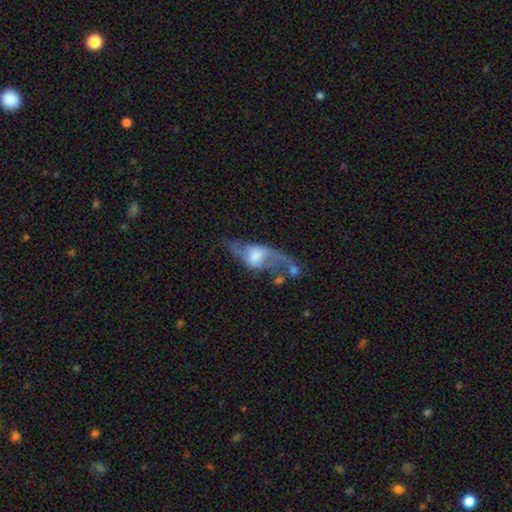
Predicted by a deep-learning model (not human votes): smooth-or-featured: featured or disk: 62% | smooth: 30% | star or artifact: 8%
  disk-edge-on: no: 80% | yes: 20%
  merging: major disturbance: 34% | none: 28% | merger: 20% | minor disturbance: 19%